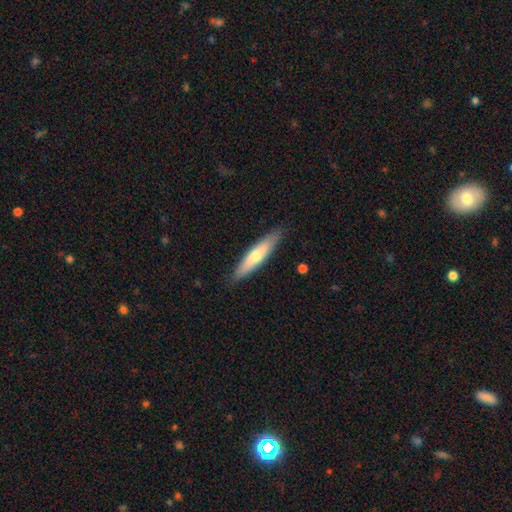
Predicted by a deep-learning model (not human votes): smooth 57%, featured or disk 37%, star or artifact 6%. Down the decision tree: how rounded — cigar-shaped (85%); merging — none (89%).